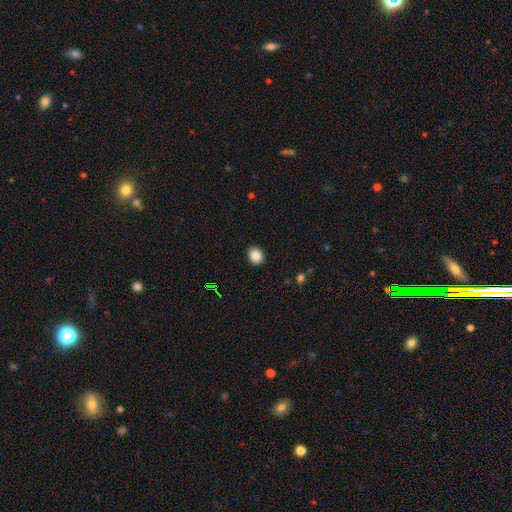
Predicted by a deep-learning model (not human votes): Morphology: type=smooth (86%); roundness=round (61%); merging=none (90%).